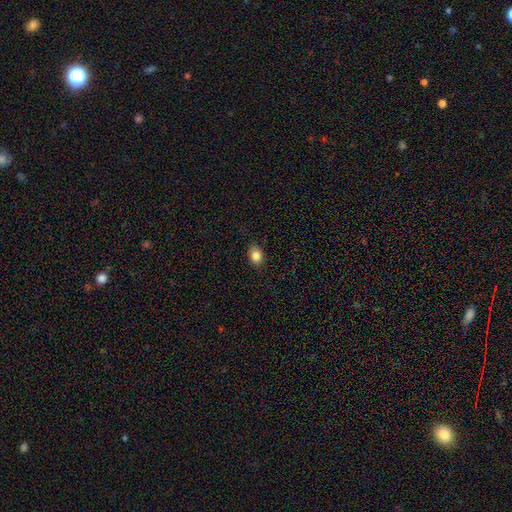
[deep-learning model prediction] Smooth or featured?
  - smooth: 86% *
  - star or artifact: 9%
  - featured or disk: 5%
How rounded?
  - in between: 67% *
  - round: 32%
  - cigar-shaped: 1%
Merging?
  - none: 86% *
  - minor disturbance: 10%
  - major disturbance: 2%
  - merger: 1%